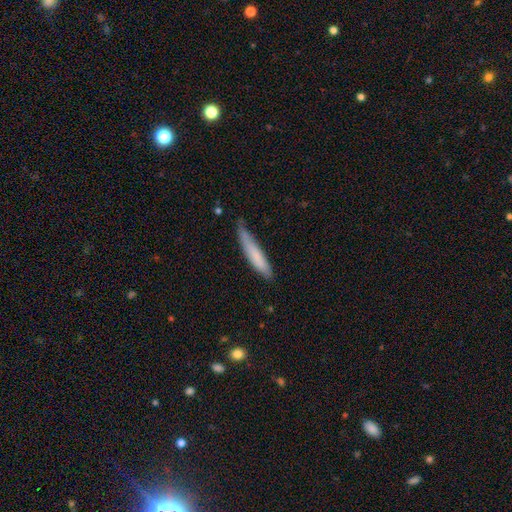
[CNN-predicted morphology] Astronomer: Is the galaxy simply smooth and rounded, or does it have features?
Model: smooth — 75%.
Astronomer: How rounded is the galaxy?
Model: cigar-shaped — 90%.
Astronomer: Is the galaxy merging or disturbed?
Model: none — 62%.